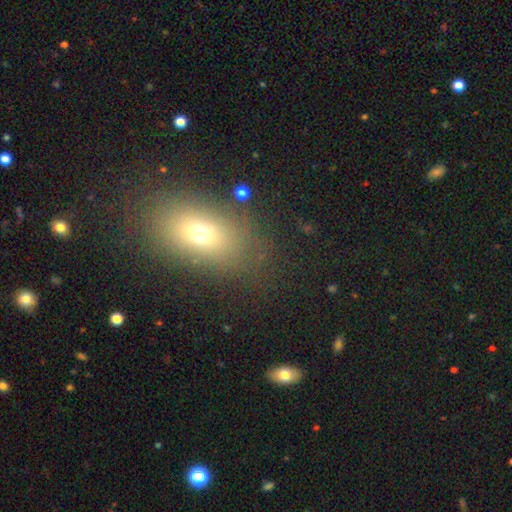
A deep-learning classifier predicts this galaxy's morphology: Q: Smooth or featured?
A: smooth (65%); runner-up: star or artifact (19%)
Q: How rounded?
A: in between (78%); runner-up: round (18%)
Q: Merging?
A: none (82%); runner-up: minor disturbance (11%)